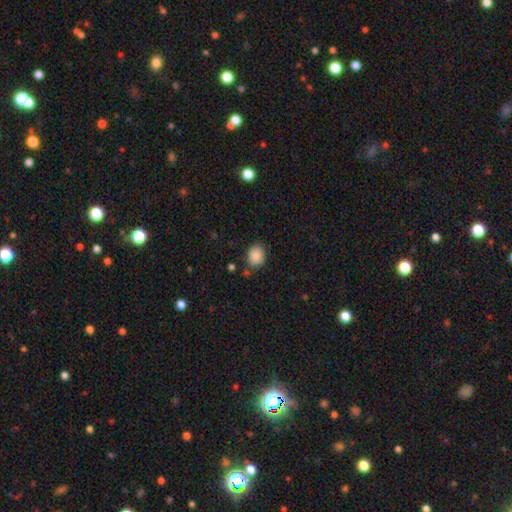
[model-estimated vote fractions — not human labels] Smooth or featured?
  - smooth: 88% *
  - star or artifact: 8%
  - featured or disk: 4%
How rounded?
  - round: 52% *
  - in between: 47%
  - cigar-shaped: 1%
Merging?
  - none: 76% *
  - minor disturbance: 16%
  - merger: 4%
  - major disturbance: 4%